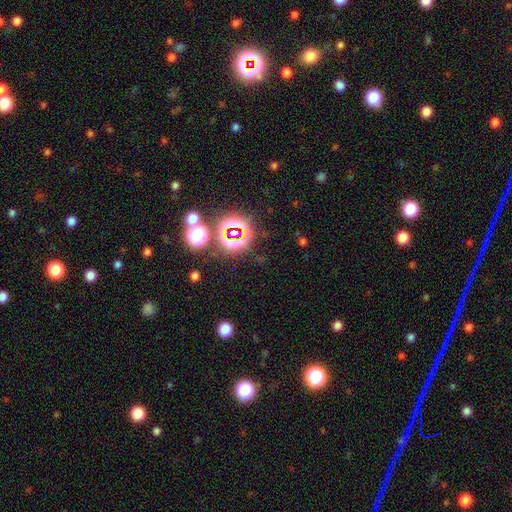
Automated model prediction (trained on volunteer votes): This appears to be a star or artifact, not a galaxy (74%).